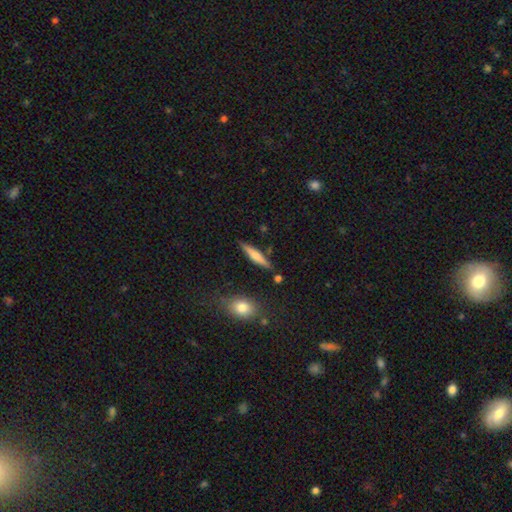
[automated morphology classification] smooth_or_featured: smooth (p=0.58) [alt: featured or disk p=0.36]
how_rounded: cigar-shaped (p=0.86) [alt: in between p=0.11]
merging: none (p=0.82) [alt: minor disturbance p=0.11]